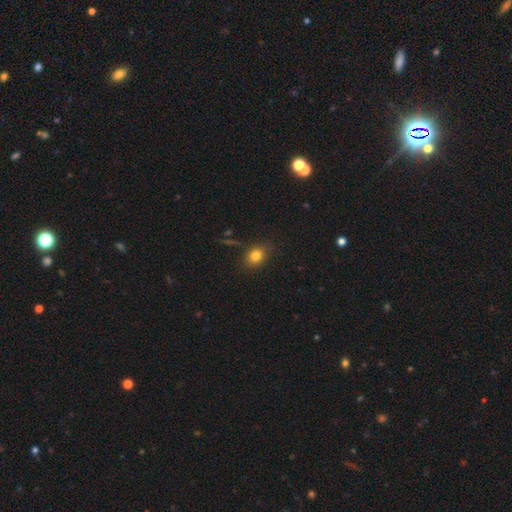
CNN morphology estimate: Smooth or featured? Predicted: smooth (p=0.80). How rounded? Predicted: round (p=0.50). Merging? Predicted: none (p=0.80).